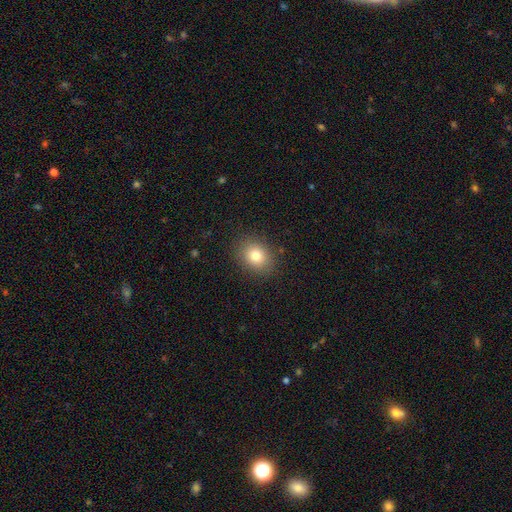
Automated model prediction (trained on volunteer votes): A smooth galaxy with no disk features (80%) that is round (50%).

Vote fractions:
- Smooth or featured? smooth: 80% / star or artifact: 11% / featured or disk: 9%
- How rounded? round: 50% / in between: 49% / cigar-shaped: 1%
- Merging? none: 87% / minor disturbance: 9% / major disturbance: 3% / merger: 1%